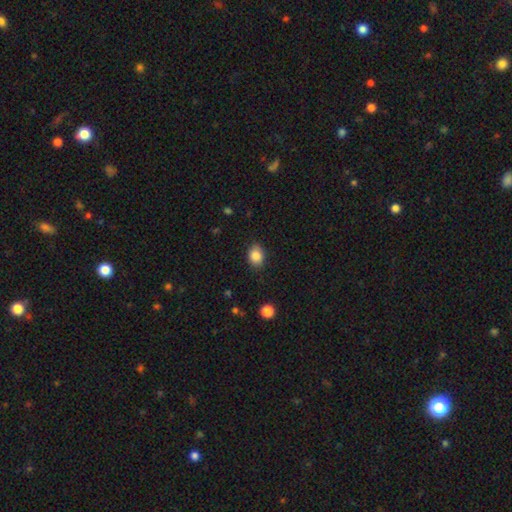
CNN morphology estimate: Q: Smooth or featured?
A: smooth (87%); runner-up: star or artifact (9%)
Q: How rounded?
A: in between (64%); runner-up: round (35%)
Q: Merging?
A: none (84%); runner-up: minor disturbance (12%)